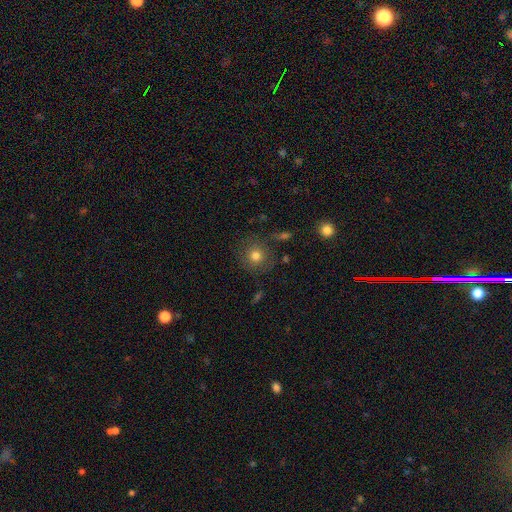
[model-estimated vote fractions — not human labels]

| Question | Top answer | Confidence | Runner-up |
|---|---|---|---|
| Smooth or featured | smooth | 76% | star or artifact (12%) |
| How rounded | round | 91% | in between (8%) |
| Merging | none | 81% | minor disturbance (12%) |